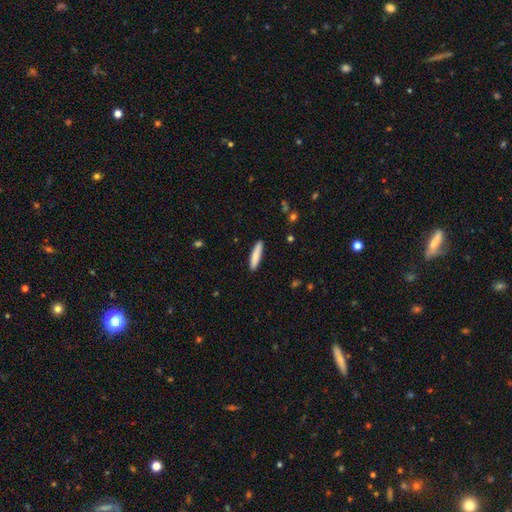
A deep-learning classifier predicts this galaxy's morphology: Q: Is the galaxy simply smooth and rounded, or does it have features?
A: smooth — 84%.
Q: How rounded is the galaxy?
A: cigar-shaped — 85%.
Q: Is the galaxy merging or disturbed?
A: none — 90%.